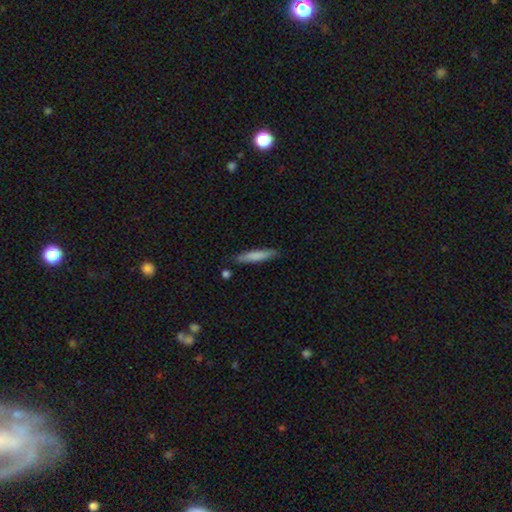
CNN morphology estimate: smooth_or_featured: smooth (p=0.77) [alt: featured or disk p=0.17]
how_rounded: cigar-shaped (p=0.89) [alt: in between p=0.09]
merging: none (p=0.83) [alt: minor disturbance p=0.12]